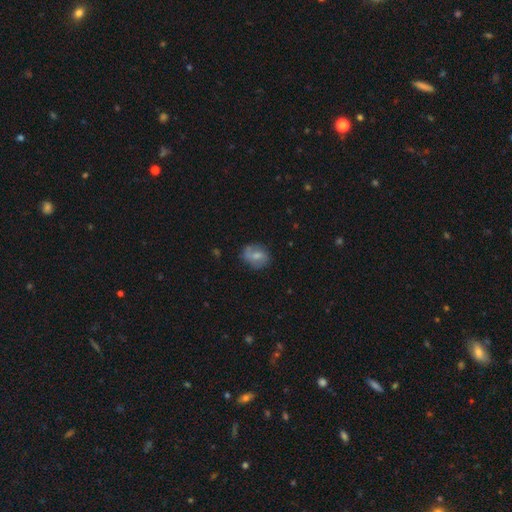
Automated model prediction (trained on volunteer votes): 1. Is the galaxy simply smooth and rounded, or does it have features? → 57% smooth, 35% featured or disk, 8% star or artifact.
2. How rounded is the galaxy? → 57% in between, 41% round, 2% cigar-shaped.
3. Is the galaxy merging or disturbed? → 67% none, 23% minor disturbance, 8% major disturbance, 2% merger.